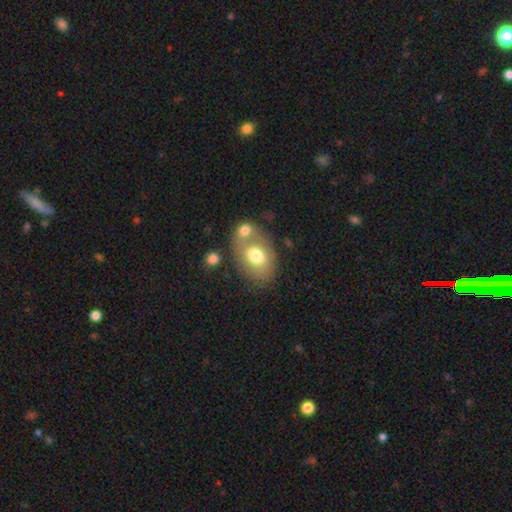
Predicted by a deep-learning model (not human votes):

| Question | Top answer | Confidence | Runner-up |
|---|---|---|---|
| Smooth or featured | smooth | 70% | featured or disk (22%) |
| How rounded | in between | 77% | round (21%) |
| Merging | none | 45% | merger (35%) |